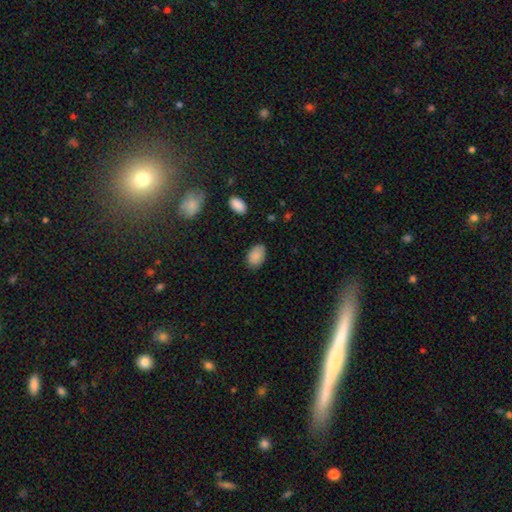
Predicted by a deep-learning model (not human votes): smooth 88%, star or artifact 7%, featured or disk 5%. Down the decision tree: how rounded — in between (89%); merging — none (78%).